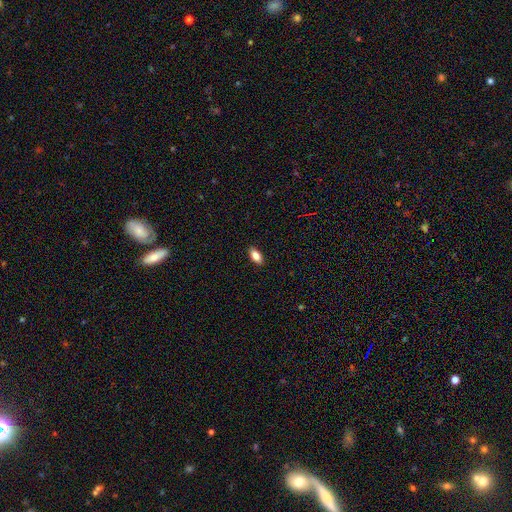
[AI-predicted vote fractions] A smooth galaxy with no disk features (83%) that is in between round and cigar-shaped (88%).

Vote fractions:
- Smooth or featured? smooth: 83% / featured or disk: 9% / star or artifact: 8%
- How rounded? in between: 88% / cigar-shaped: 9% / round: 3%
- Merging? none: 89% / minor disturbance: 8% / major disturbance: 2% / merger: 1%